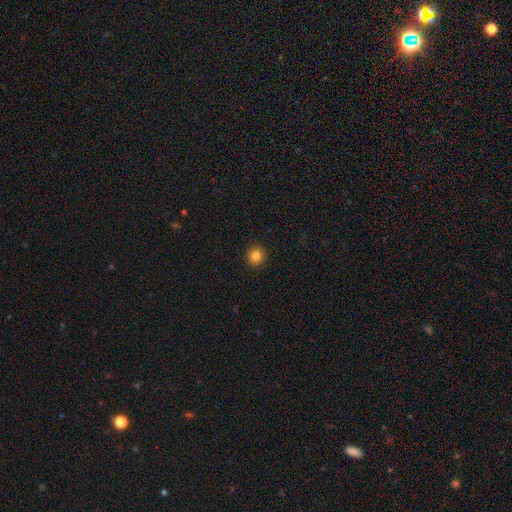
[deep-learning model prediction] Smooth or featured? Predicted: smooth (p=0.84). How rounded? Predicted: round (p=0.93). Merging? Predicted: none (p=0.93).